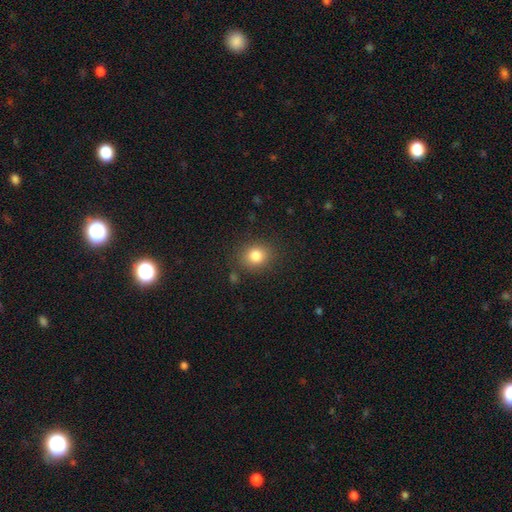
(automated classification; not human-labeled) A smooth galaxy with no disk features (82%) that is round (72%).

Vote fractions:
- Smooth or featured? smooth: 82% / star or artifact: 11% / featured or disk: 7%
- How rounded? round: 72% / in between: 27% / cigar-shaped: 1%
- Merging? none: 85% / minor disturbance: 9% / major disturbance: 3% / merger: 2%